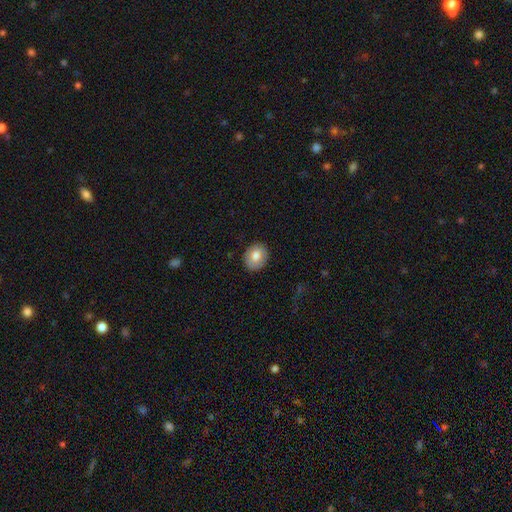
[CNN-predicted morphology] A smooth galaxy with no disk features (79%) that is round (56%). Merging: none (88%).